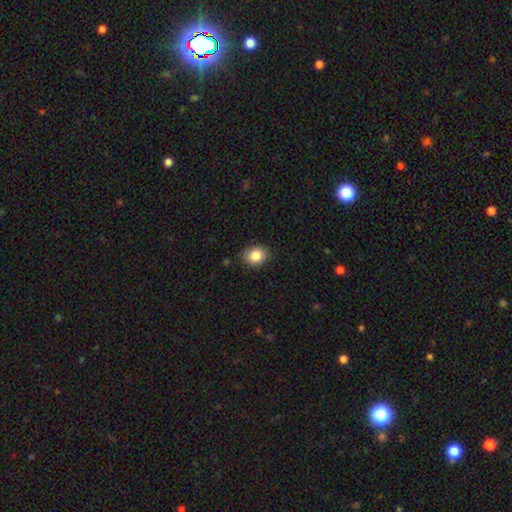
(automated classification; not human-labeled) The model was most divided on "how rounded": in between: 53%, round: 46%, cigar-shaped: 1%. More confident: smooth or featured — smooth (86%); merging — none (85%).